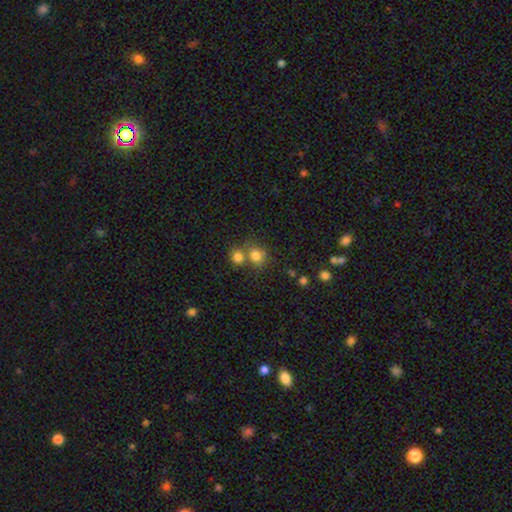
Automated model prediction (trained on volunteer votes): Smooth or featured? Predicted: smooth (p=0.78). How rounded? Predicted: round (p=0.74). Merging? Predicted: none (p=0.47).